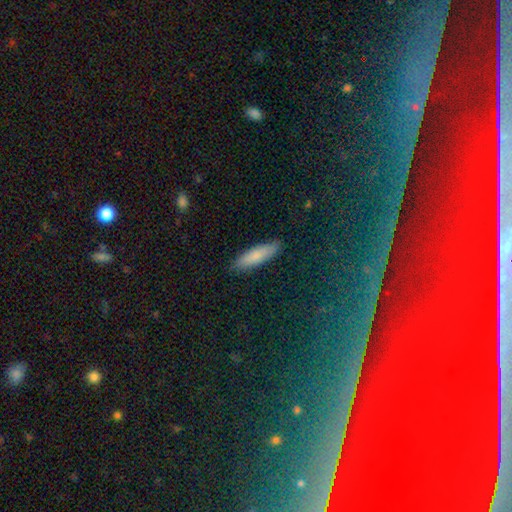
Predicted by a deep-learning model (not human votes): The model was most divided on "how rounded": cigar-shaped: 60%, in between: 38%, round: 2%. More confident: merging — none (85%); smooth or featured — smooth (82%).